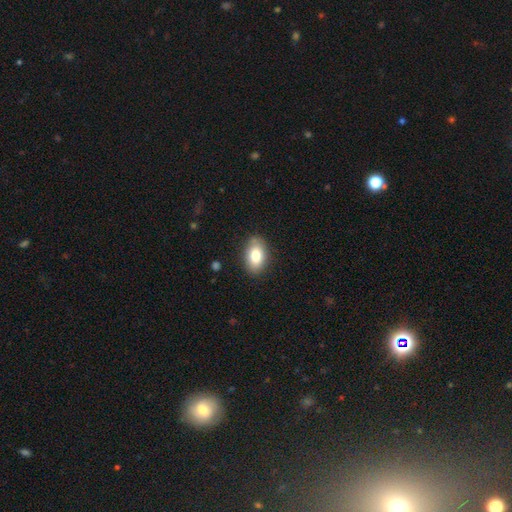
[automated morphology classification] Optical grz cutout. It shows a smooth galaxy with no disk features (82%) that is in between round and cigar-shaped (90%). Merging: none (84%).